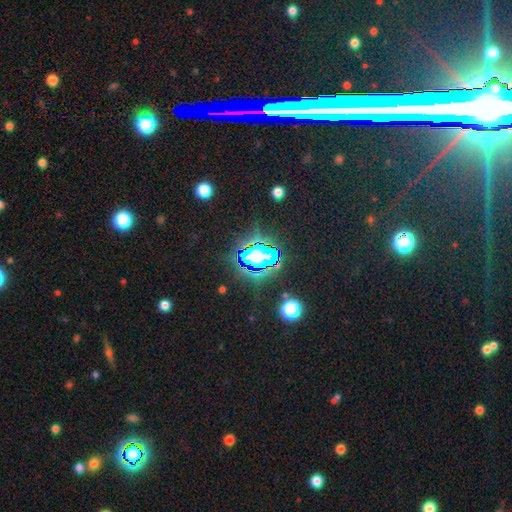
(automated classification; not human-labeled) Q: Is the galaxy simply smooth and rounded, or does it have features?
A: star or artifact — 67%.